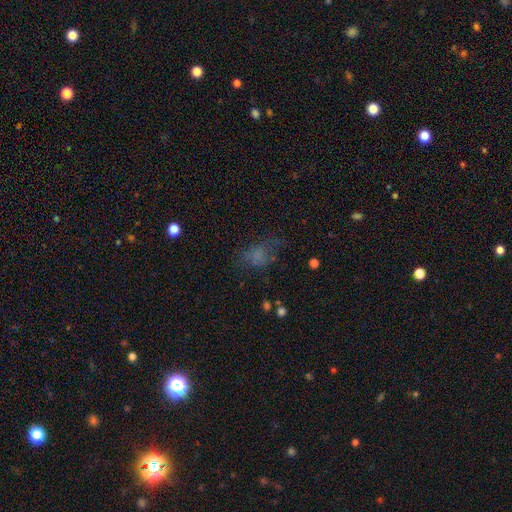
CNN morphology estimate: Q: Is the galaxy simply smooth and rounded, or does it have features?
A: smooth — 57%.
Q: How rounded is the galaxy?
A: in between — 70%.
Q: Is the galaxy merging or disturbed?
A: none — 48%.